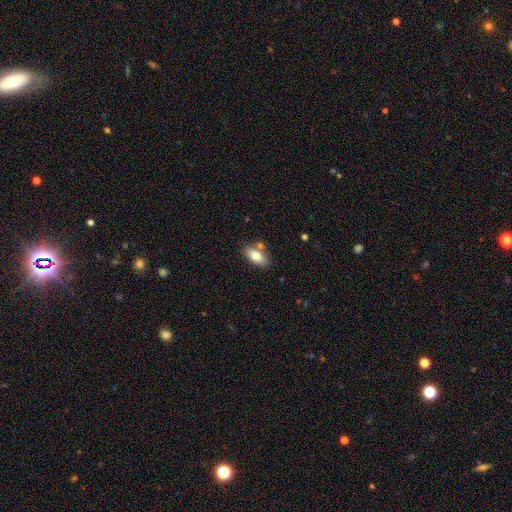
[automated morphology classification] This appears to be a smooth galaxy with no disk features (77%) that is in between round and cigar-shaped (89%). Merging: none (73%).